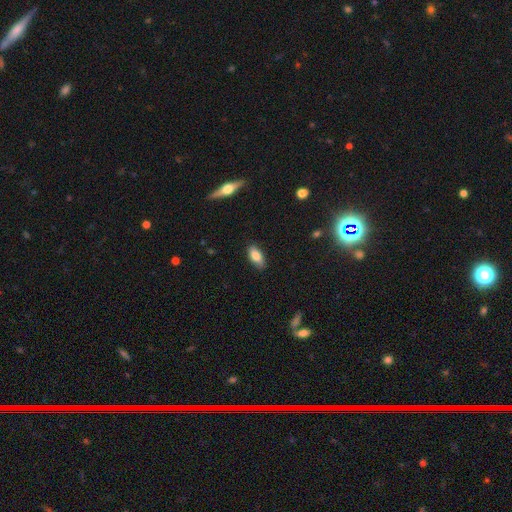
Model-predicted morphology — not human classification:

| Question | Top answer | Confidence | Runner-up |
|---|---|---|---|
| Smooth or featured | smooth | 79% | featured or disk (14%) |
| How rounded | in between | 85% | cigar-shaped (12%) |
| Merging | none | 85% | minor disturbance (11%) |